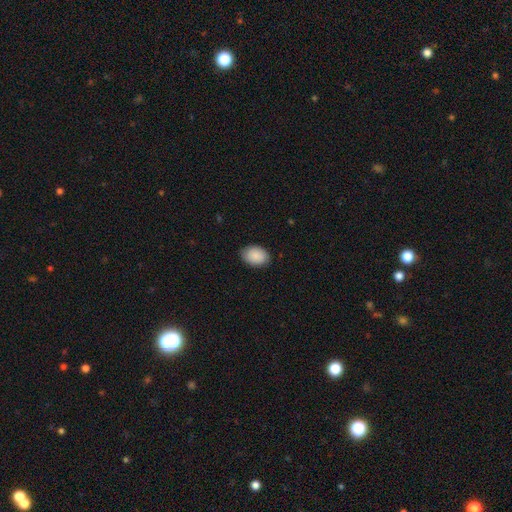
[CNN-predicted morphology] A smooth galaxy with no disk features (89%) that is in between round and cigar-shaped (82%).

Vote fractions:
- Smooth or featured? smooth: 89% / star or artifact: 6% / featured or disk: 5%
- How rounded? in between: 82% / round: 17% / cigar-shaped: 1%
- Merging? none: 84% / minor disturbance: 13% / major disturbance: 2% / merger: 1%